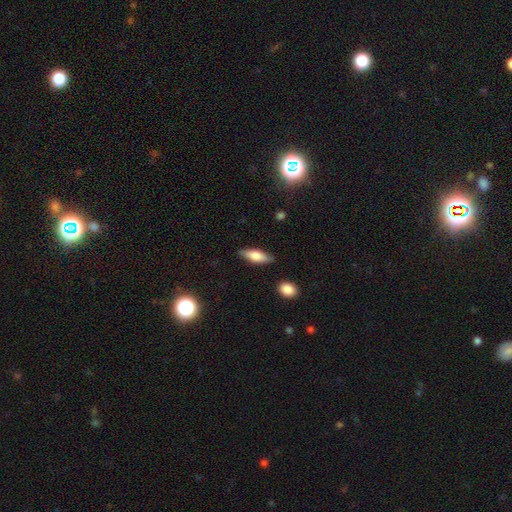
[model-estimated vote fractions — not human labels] The model was most divided on "how rounded": in between: 58%, cigar-shaped: 40%, round: 3%. More confident: merging — none (84%); smooth or featured — smooth (66%).